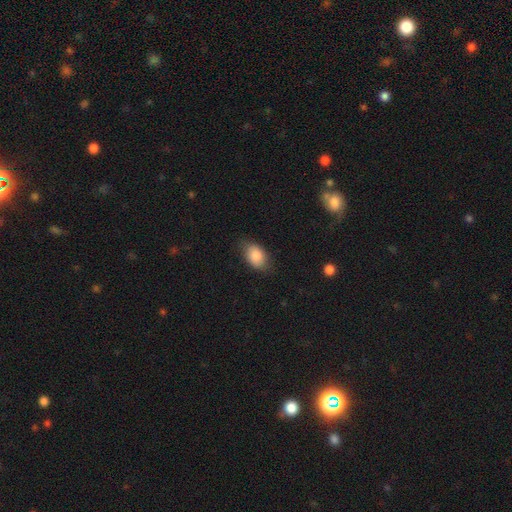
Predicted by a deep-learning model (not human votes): Smooth or featured?
  - smooth: 85% *
  - featured or disk: 8%
  - star or artifact: 7%
How rounded?
  - in between: 87% *
  - round: 12%
  - cigar-shaped: 2%
Merging?
  - none: 75% *
  - minor disturbance: 19%
  - major disturbance: 4%
  - merger: 1%